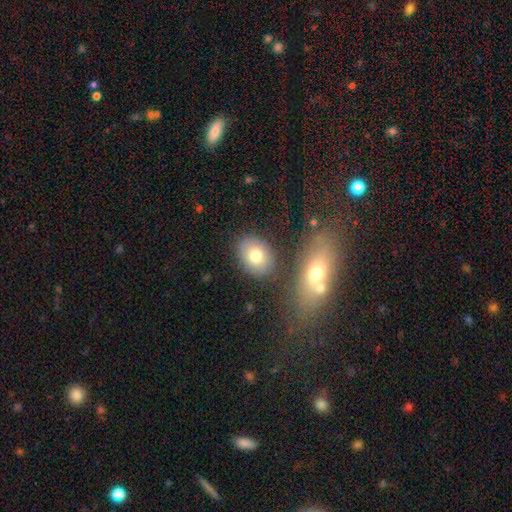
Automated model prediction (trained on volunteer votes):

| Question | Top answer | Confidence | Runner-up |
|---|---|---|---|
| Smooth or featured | smooth | 77% | featured or disk (14%) |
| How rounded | in between | 65% | round (34%) |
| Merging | none | 76% | minor disturbance (12%) |